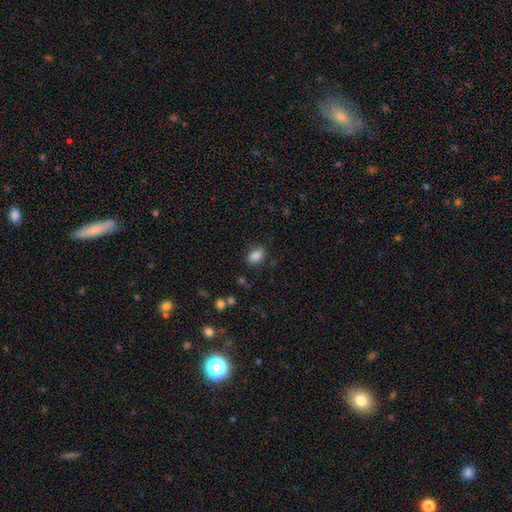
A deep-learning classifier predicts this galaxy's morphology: A smooth galaxy with no disk features (86%) that is in between round and cigar-shaped (81%).

Vote fractions:
- Smooth or featured? smooth: 86% / star or artifact: 9% / featured or disk: 5%
- How rounded? in between: 81% / round: 18% / cigar-shaped: 1%
- Merging? none: 83% / minor disturbance: 12% / major disturbance: 3% / merger: 2%